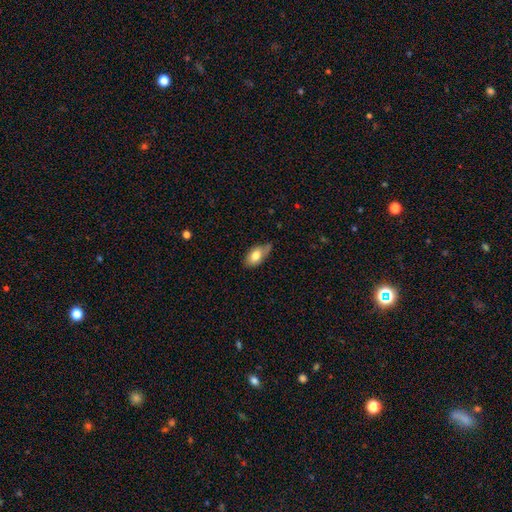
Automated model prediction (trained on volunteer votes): This is likely a smooth galaxy (75%). How rounded: clearly in between (90%). Merging: possibly none (52%).